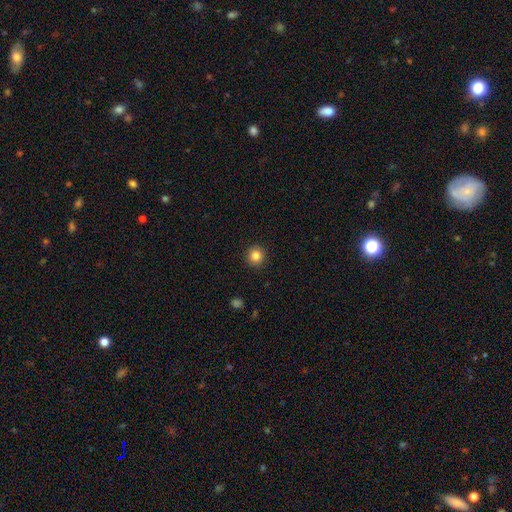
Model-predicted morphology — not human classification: Overall: smooth (84%). How rounded: round (94%). Merging: none (92%).